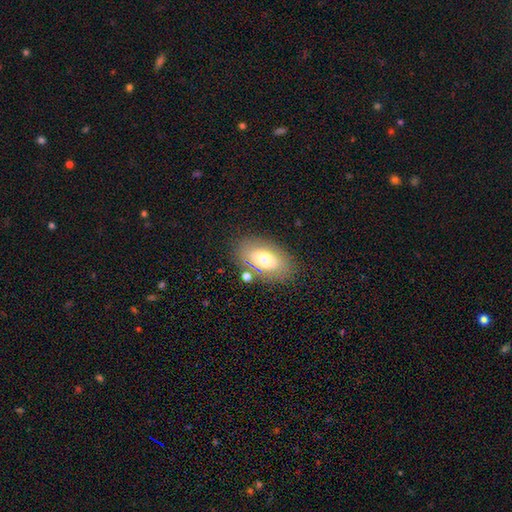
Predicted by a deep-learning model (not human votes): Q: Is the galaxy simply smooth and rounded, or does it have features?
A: smooth — 56%.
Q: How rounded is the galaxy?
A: in between — 90%.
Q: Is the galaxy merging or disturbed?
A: none — 77%.